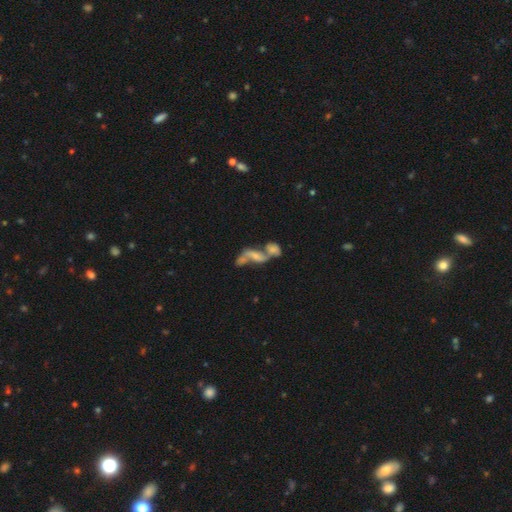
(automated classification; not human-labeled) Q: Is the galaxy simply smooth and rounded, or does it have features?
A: featured or disk — 64%.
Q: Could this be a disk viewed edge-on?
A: no — 89%.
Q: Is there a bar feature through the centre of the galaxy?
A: no — 56%.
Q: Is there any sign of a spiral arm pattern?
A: yes — 66%.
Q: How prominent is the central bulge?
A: small — 37%.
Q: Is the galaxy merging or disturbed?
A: merger — 59%.